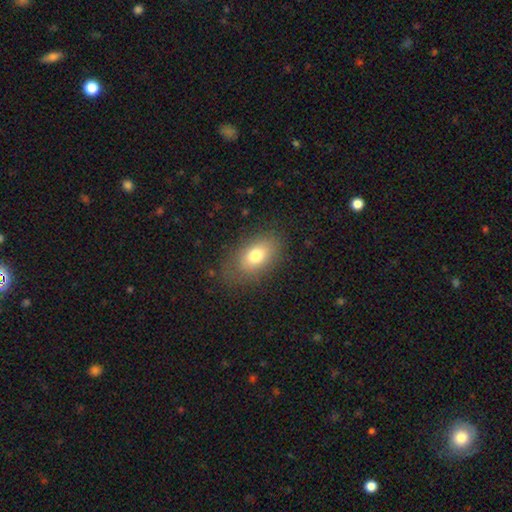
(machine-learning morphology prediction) Smooth or featured? smooth (75%)
How rounded? in between (88%)
Merging? none (77%)